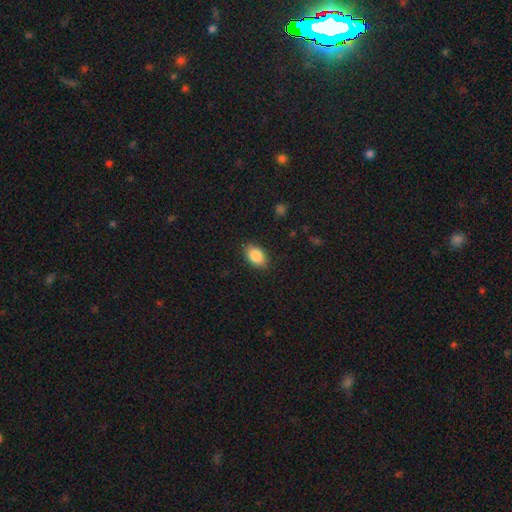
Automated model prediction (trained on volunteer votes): This is clearly a smooth galaxy (86%). How rounded: clearly in between (91%). Merging: clearly none (87%).